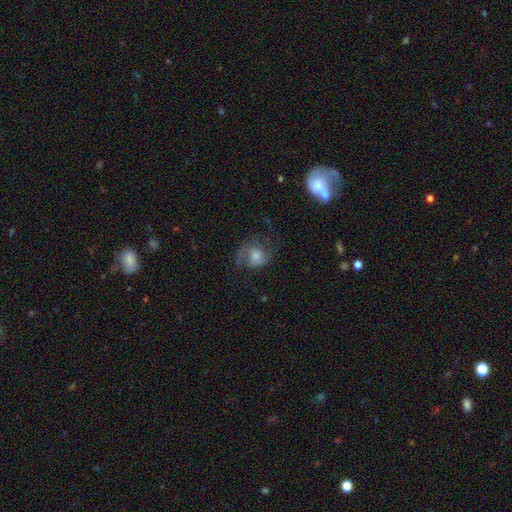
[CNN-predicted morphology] smooth-or-featured: featured or disk: 67% | smooth: 22% | star or artifact: 11%
  disk-edge-on: no: 97% | yes: 3%
    bar: no: 64% | weak: 30% | strong: 6%
    has-spiral-arms: yes: 91% | no: 9%
      spiral-winding: medium: 48% | loose: 34% | tight: 18%
      spiral-arm-count: 2: 83% | can't tell: 6% | 1: 6% | 3: 2% | 4: 1% | more than 4: 1%
    bulge-size: moderate: 45% | large: 22% | small: 21% | none: 9% | dominant: 3%
  merging: none: 63% | minor disturbance: 18% | major disturbance: 16% | merger: 2%